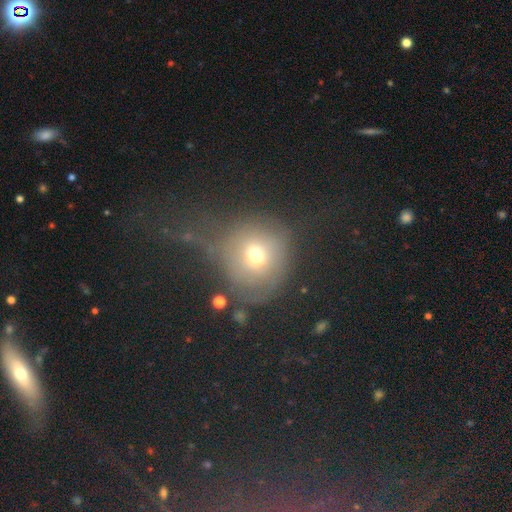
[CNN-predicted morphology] smooth_or_featured: smooth (p=0.62) [alt: featured or disk p=0.21]
how_rounded: round (p=0.86) [alt: in between p=0.13]
merging: none (p=0.44) [alt: major disturbance p=0.31]